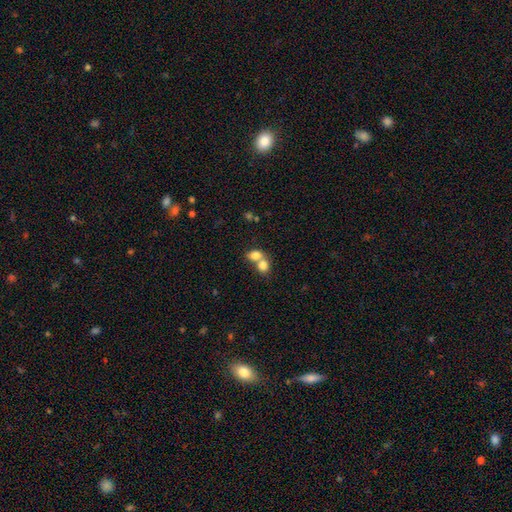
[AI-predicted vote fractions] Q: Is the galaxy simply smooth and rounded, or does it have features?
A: smooth — 77%.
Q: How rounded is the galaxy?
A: in between — 53%.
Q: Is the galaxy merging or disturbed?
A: merger — 66%.